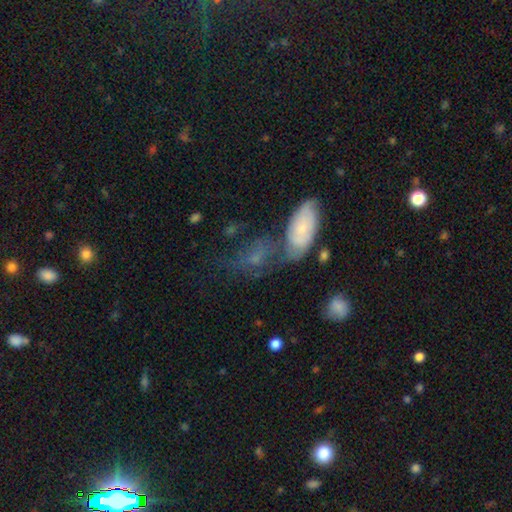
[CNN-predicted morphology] Q: Smooth or featured?
A: smooth (42%); tied with: featured or disk (42%)
Q: Merging?
A: none (36%); runner-up: merger (29%)